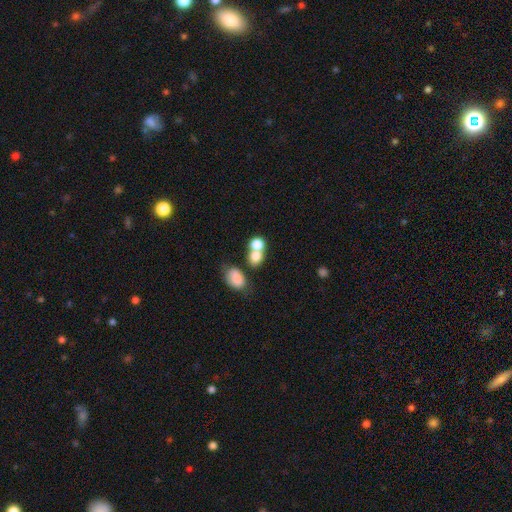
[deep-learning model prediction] The model was most divided on "how rounded": round: 55%, in between: 43%, cigar-shaped: 2%. More confident: smooth or featured — smooth (77%); merging — merger (51%).